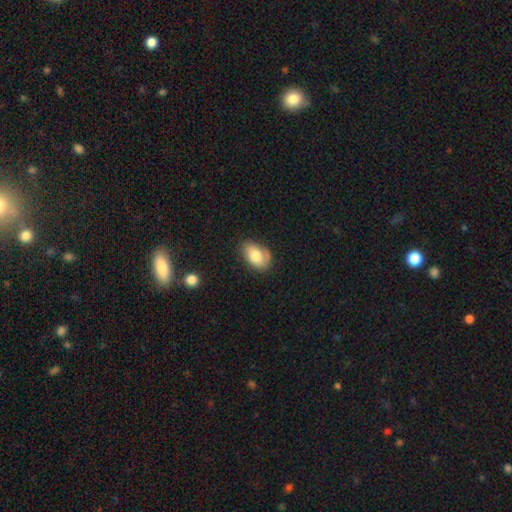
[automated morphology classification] smooth_or_featured: smooth (p=0.74) [alt: featured or disk p=0.18]
how_rounded: in between (p=0.90) [alt: round p=0.09]
merging: none (p=0.67) [alt: minor disturbance p=0.24]